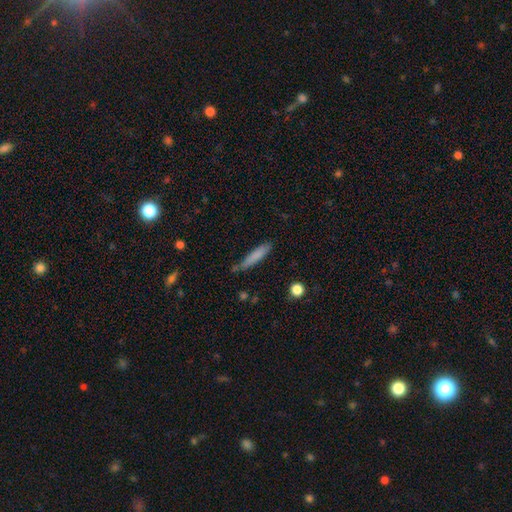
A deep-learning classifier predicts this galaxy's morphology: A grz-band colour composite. It shows a smooth galaxy with no disk features (79%) that is cigar-shaped (89%). Merging: none (66%).